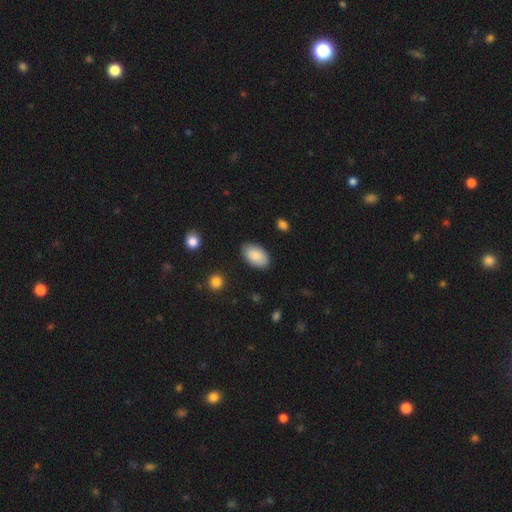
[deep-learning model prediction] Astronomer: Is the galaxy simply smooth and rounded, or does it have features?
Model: smooth — 88%.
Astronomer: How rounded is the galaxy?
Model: in between — 95%.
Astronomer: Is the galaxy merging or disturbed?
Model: none — 85%.